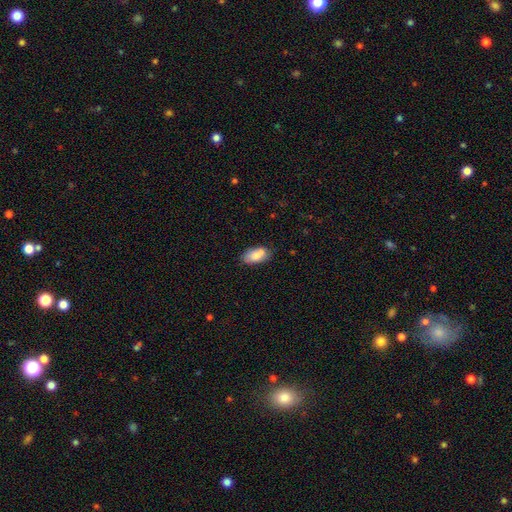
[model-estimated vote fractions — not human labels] smooth-or-featured: smooth: 76% | featured or disk: 16% | star or artifact: 7%
  how-rounded: in between: 90% | cigar-shaped: 6% | round: 4%
  merging: none: 62% | merger: 18% | minor disturbance: 17% | major disturbance: 4%